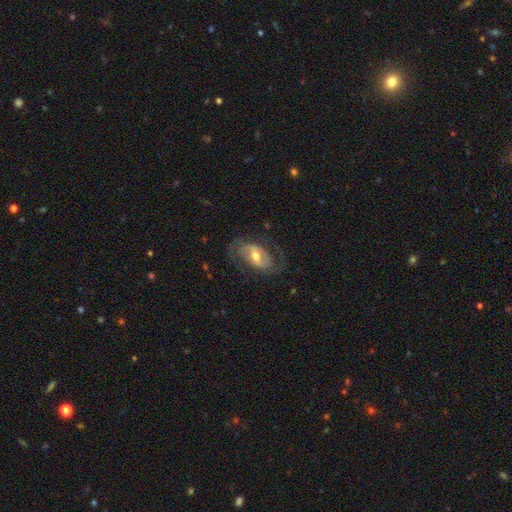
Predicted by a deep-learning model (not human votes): Morphology: type=featured or disk (80%); edge-on=no (95%); bar=weak (46%); spiral arms=yes (90%); winding=medium (48%); arm count=2 (84%); bulge=moderate (68%); merging=none (71%).